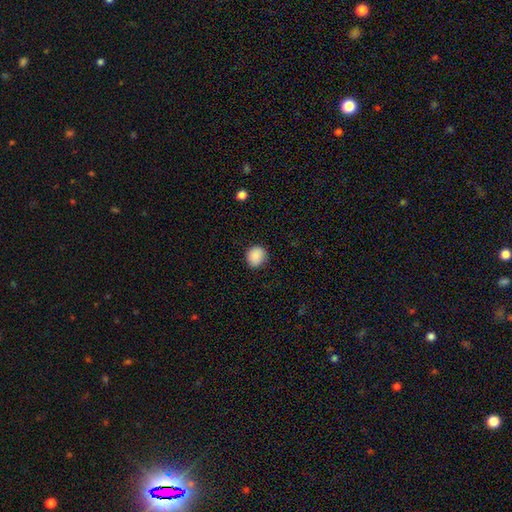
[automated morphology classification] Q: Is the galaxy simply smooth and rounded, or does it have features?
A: smooth — 89%.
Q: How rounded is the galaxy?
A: round — 79%.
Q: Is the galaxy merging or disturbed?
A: none — 85%.